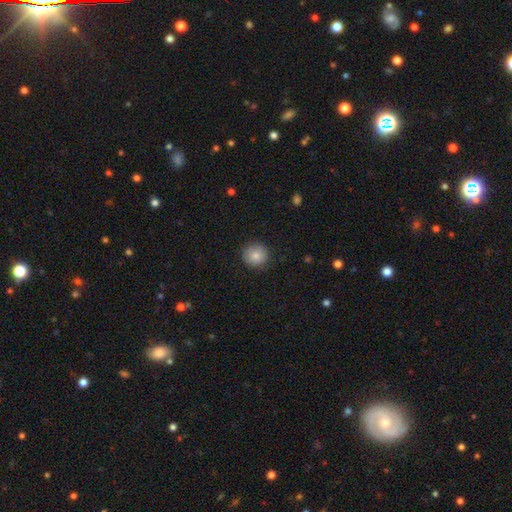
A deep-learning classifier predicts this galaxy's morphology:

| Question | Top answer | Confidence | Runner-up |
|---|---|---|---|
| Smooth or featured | smooth | 84% | star or artifact (9%) |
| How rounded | round | 93% | in between (6%) |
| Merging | none | 89% | minor disturbance (8%) |